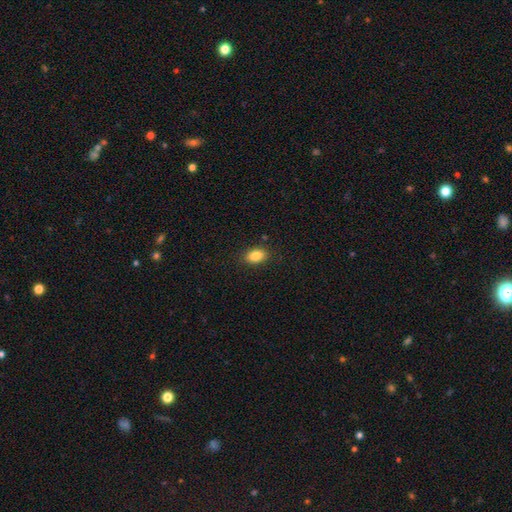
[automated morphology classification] smooth-or-featured: smooth: 85% | star or artifact: 9% | featured or disk: 7%
  how-rounded: in between: 86% | round: 12% | cigar-shaped: 2%
  merging: none: 87% | minor disturbance: 10% | major disturbance: 2% | merger: 1%